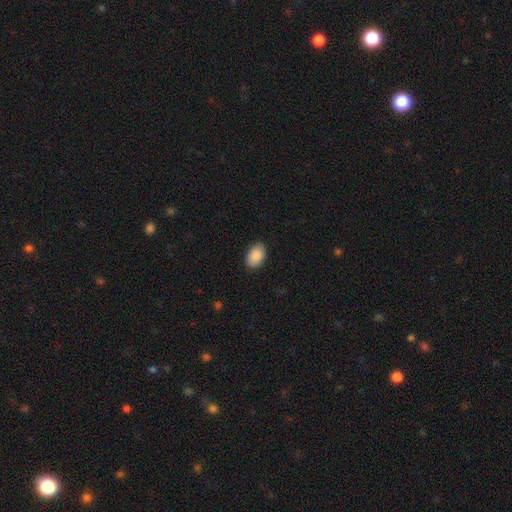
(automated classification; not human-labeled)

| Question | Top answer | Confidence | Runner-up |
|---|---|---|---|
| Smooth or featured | smooth | 90% | star or artifact (7%) |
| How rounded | in between | 90% | round (9%) |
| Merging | none | 88% | minor disturbance (9%) |